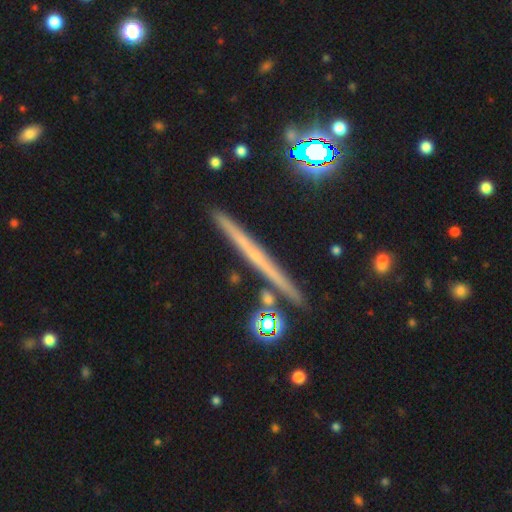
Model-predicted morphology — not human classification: type=featured or disk (57%); edge-on=yes (97%); edge-on bulge=none (86%); merging=none (90%).